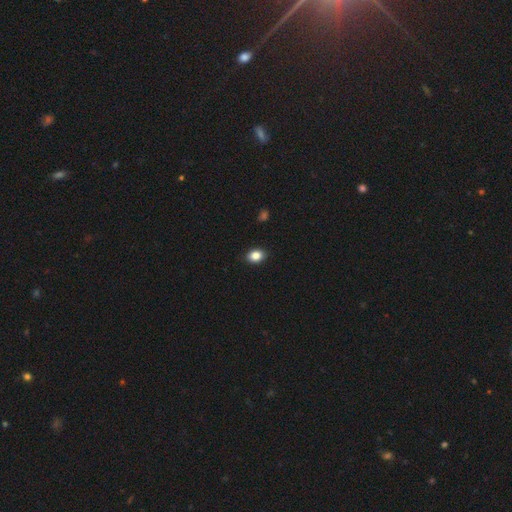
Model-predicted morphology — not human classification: smooth 85%, star or artifact 9%, featured or disk 6%. Down the decision tree: how rounded — in between (70%); merging — none (90%).